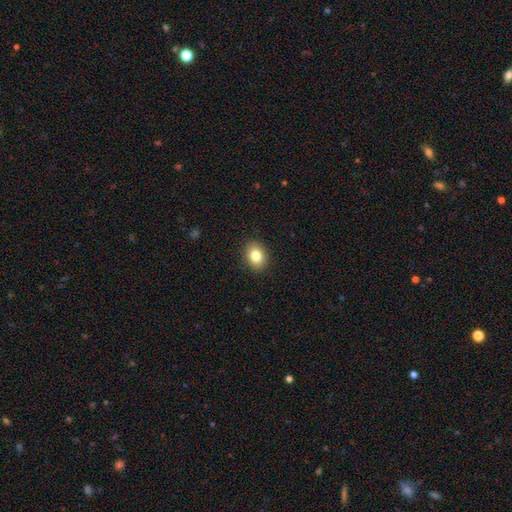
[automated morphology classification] A smooth galaxy with no disk features (82%) that is in between round and cigar-shaped (59%). Merging: none (89%).